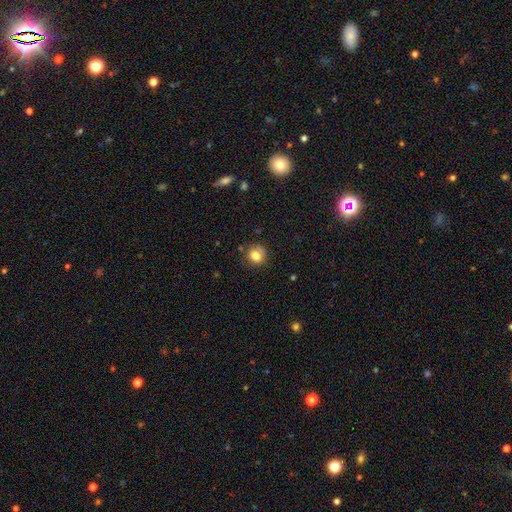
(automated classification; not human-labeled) Morphology: type=smooth (80%); roundness=round (83%); merging=none (78%).